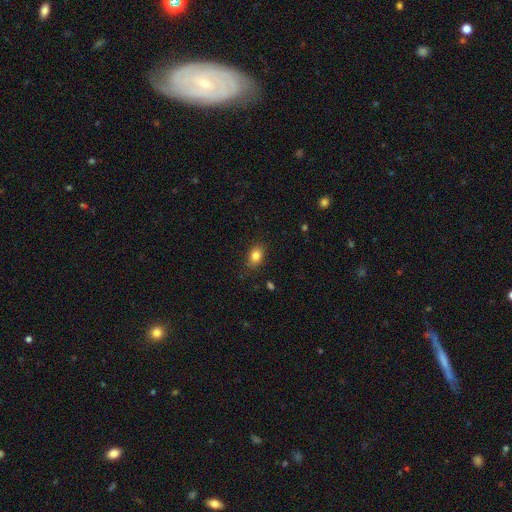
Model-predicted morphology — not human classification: Smooth or featured? smooth (82%)
How rounded? in between (76%)
Merging? none (81%)